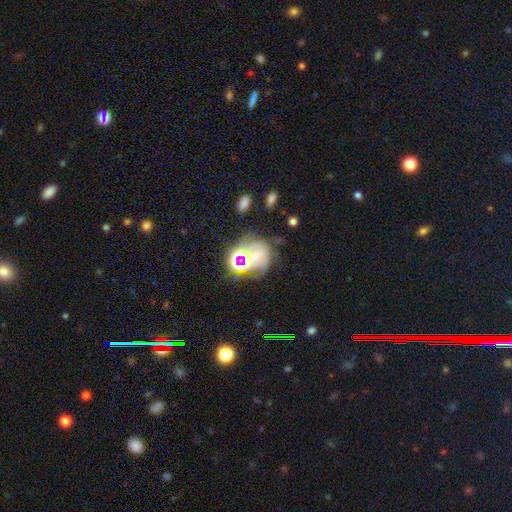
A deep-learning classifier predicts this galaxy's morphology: Smooth or featured? featured or disk (37%)
Merging? none (44%)